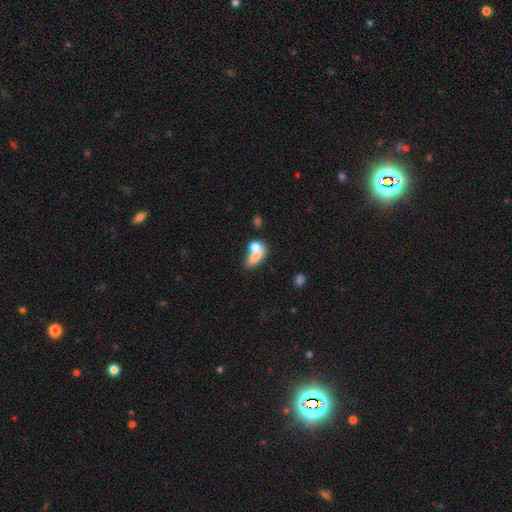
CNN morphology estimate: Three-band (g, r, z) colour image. It shows a smooth galaxy with no disk features (71%) that is in between round and cigar-shaped (68%). Merging: merger (57%).